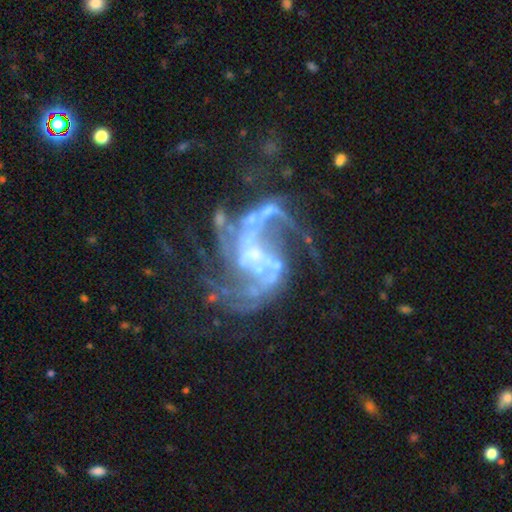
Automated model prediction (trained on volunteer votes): Smooth or featured?
  - featured or disk: 88% *
  - star or artifact: 9%
  - smooth: 3%
Edge-on disk?
  - no: 98% *
  - yes: 2%
Bar?
  - weak: 41% *
  - no: 33%
  - strong: 26%
Spiral arms?
  - yes: 94% *
  - no: 6%
Spiral winding?
  - loose: 44% * (tied)
  - medium: 44% * (tied)
  - tight: 12%
Spiral arm count?
  - 2: 51% *
  - 3: 16%
  - can't tell: 14%
  - 4: 7%
  - 1: 6%
  - more than 4: 6%
Bulge size?
  - small: 41% *
  - none: 38%
  - moderate: 17%
  - large: 3%
  - dominant: 1%
Merging?
  - none: 45% *
  - major disturbance: 30%
  - minor disturbance: 16%
  - merger: 9%